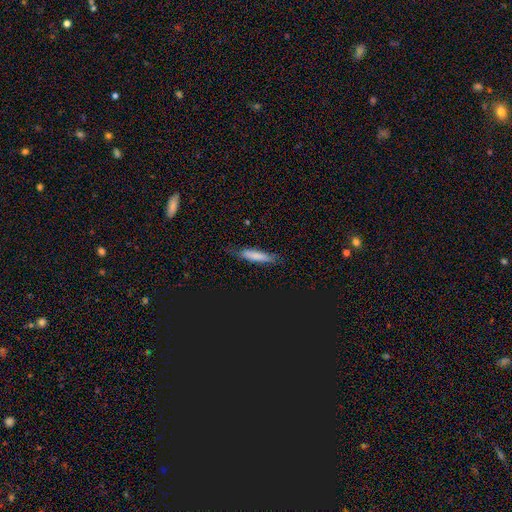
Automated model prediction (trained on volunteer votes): Smooth or featured?
  - smooth: 74% *
  - featured or disk: 17%
  - star or artifact: 9%
How rounded?
  - cigar-shaped: 77% *
  - in between: 21%
  - round: 2%
Merging?
  - none: 75% *
  - minor disturbance: 20%
  - major disturbance: 4%
  - merger: 1%